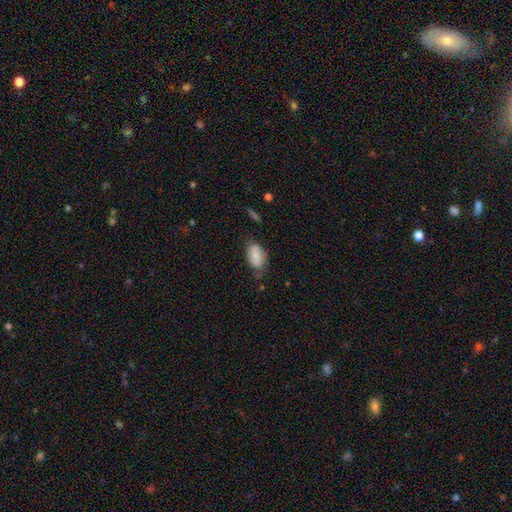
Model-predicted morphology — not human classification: This is likely a smooth galaxy (74%). How rounded: clearly in between (92%). Merging: possibly none (58%).